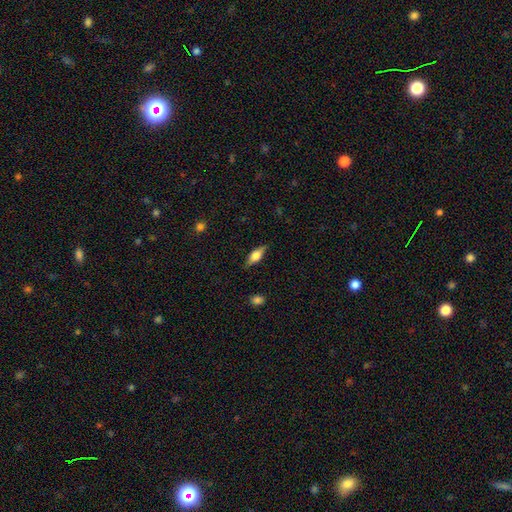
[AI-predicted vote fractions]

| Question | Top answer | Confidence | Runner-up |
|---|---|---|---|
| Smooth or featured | smooth | 49% | featured or disk (44%) |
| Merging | none | 83% | minor disturbance (13%) |